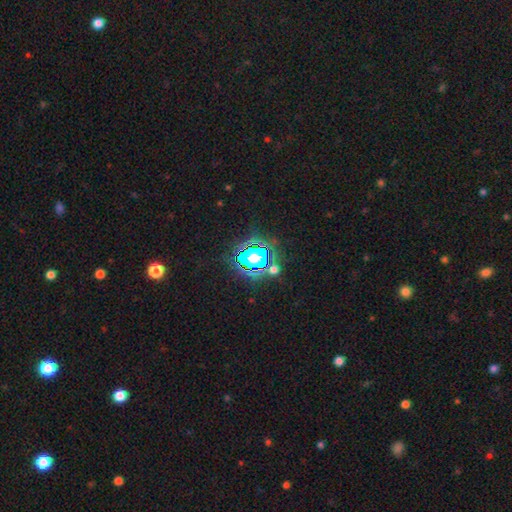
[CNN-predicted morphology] star or artifact 66%, smooth 20%, featured or disk 13%.